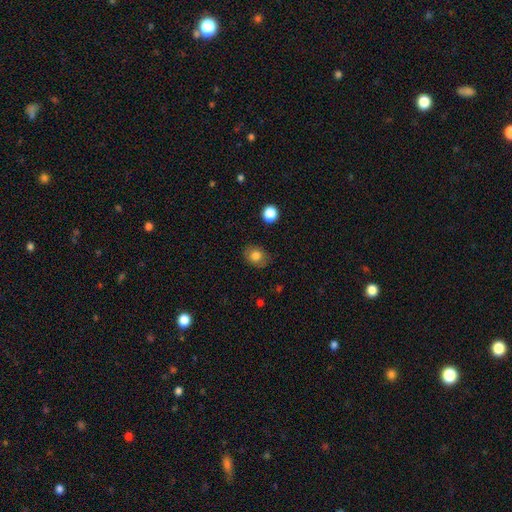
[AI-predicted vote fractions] This is likely a smooth galaxy (80%). How rounded: possibly in between (52%). Merging: clearly none (80%).